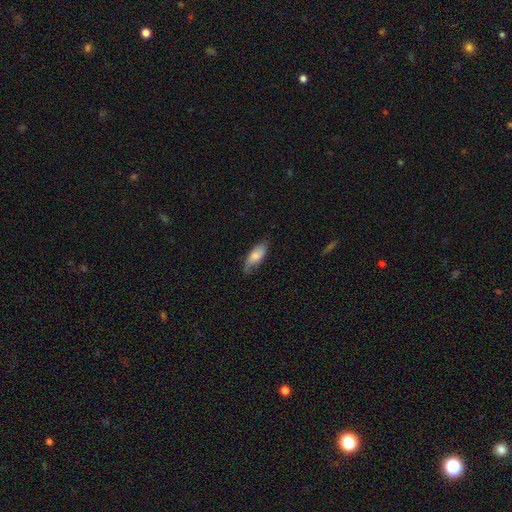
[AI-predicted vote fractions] smooth-or-featured: smooth: 68% | featured or disk: 26% | star or artifact: 6%
  how-rounded: in between: 75% | cigar-shaped: 22% | round: 2%
  merging: none: 68% | minor disturbance: 26% | major disturbance: 5% | merger: 1%